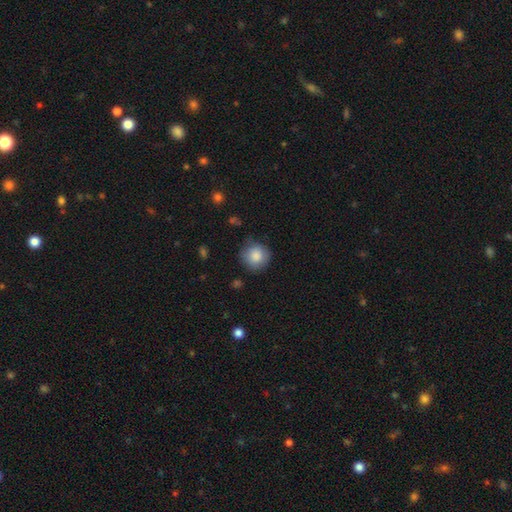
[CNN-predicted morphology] This is clearly a smooth galaxy (85%). How rounded: clearly round (92%). Merging: likely none (76%).